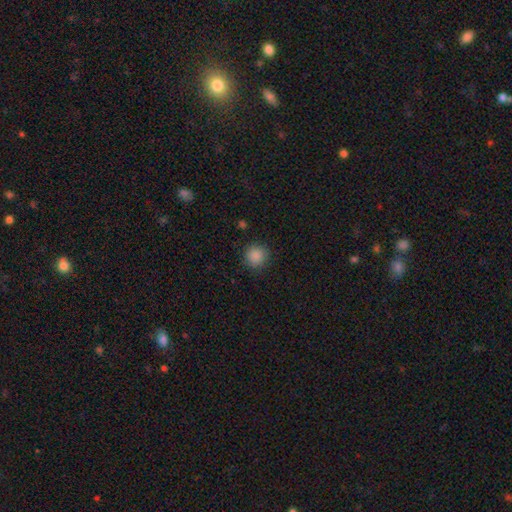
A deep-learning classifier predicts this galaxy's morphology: The model was most divided on "smooth or featured": smooth: 87%, star or artifact: 11%, featured or disk: 3%. More confident: how rounded — round (93%); merging — none (90%).